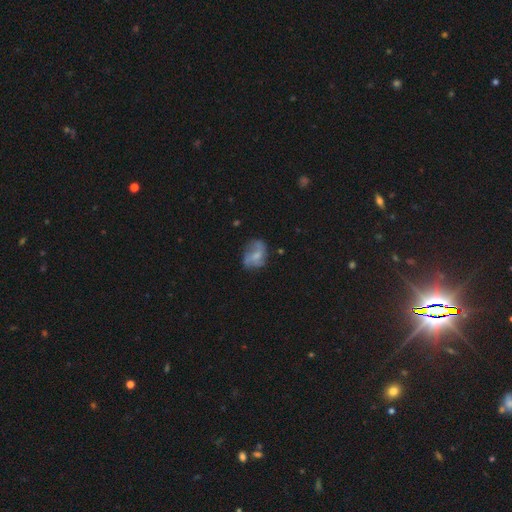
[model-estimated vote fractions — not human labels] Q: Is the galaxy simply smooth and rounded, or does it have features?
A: featured or disk — 48%.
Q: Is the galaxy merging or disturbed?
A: none — 51%.